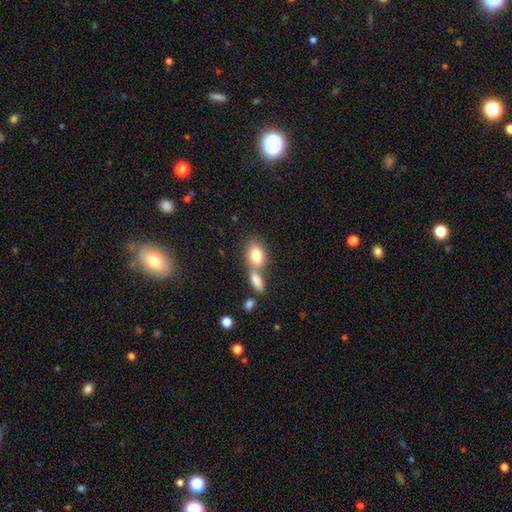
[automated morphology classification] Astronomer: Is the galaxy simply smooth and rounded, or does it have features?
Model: smooth — 79%.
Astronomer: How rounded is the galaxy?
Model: in between — 77%.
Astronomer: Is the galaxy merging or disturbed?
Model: merger — 49% (runner-up: none, 38%).